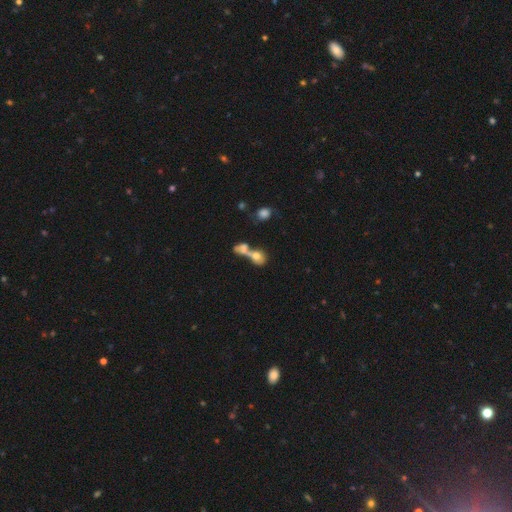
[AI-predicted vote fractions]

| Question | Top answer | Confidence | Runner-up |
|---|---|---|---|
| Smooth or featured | smooth | 66% | featured or disk (22%) |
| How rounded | in between | 52% | round (40%) |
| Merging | merger | 66% | none (19%) |